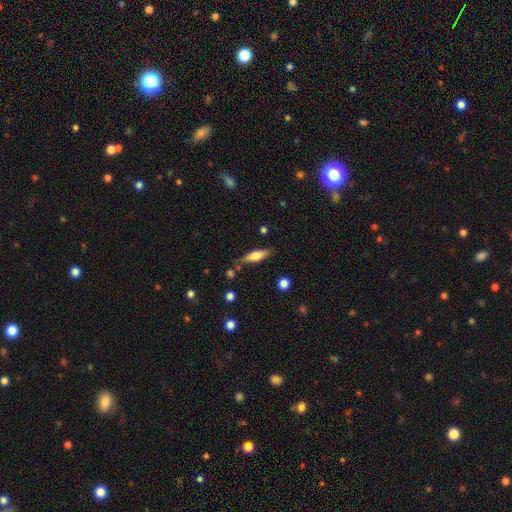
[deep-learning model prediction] This is possibly a smooth galaxy (51%). How rounded: possibly cigar-shaped (57%). Merging: likely none (78%).